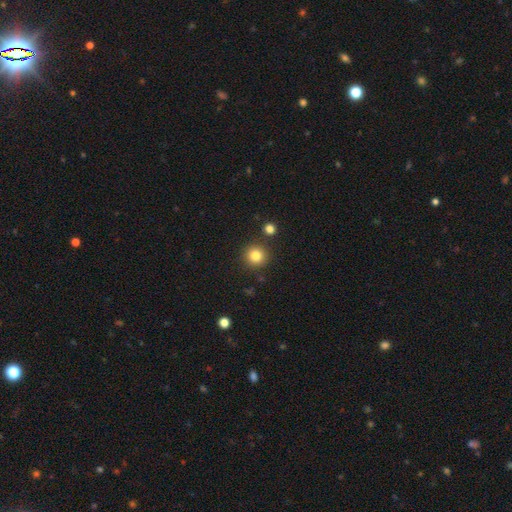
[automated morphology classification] Smooth or featured?
  - smooth: 82% *
  - star or artifact: 12%
  - featured or disk: 6%
How rounded?
  - round: 94% *
  - in between: 5%
  - cigar-shaped: 1%
Merging?
  - none: 87% *
  - minor disturbance: 6%
  - merger: 4%
  - major disturbance: 2%